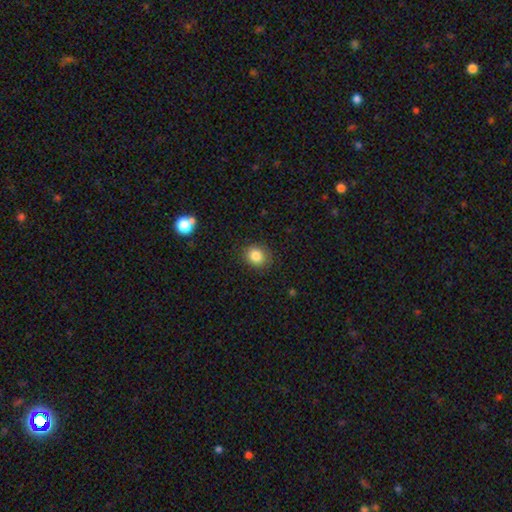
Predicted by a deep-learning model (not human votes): Smooth or featured?
  - smooth: 84% *
  - star or artifact: 10%
  - featured or disk: 6%
How rounded?
  - round: 72% *
  - in between: 27%
  - cigar-shaped: 1%
Merging?
  - none: 85% *
  - minor disturbance: 11%
  - major disturbance: 3%
  - merger: 1%